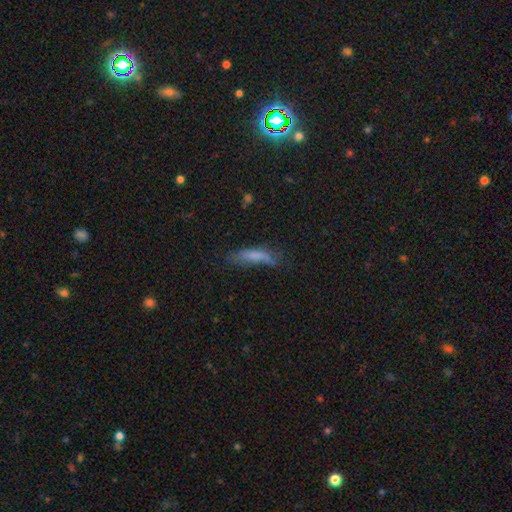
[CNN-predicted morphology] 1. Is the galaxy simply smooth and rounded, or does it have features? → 69% smooth, 21% featured or disk, 10% star or artifact.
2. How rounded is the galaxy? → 72% cigar-shaped, 26% in between, 2% round.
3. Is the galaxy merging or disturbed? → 46% none, 32% minor disturbance, 18% major disturbance, 4% merger.